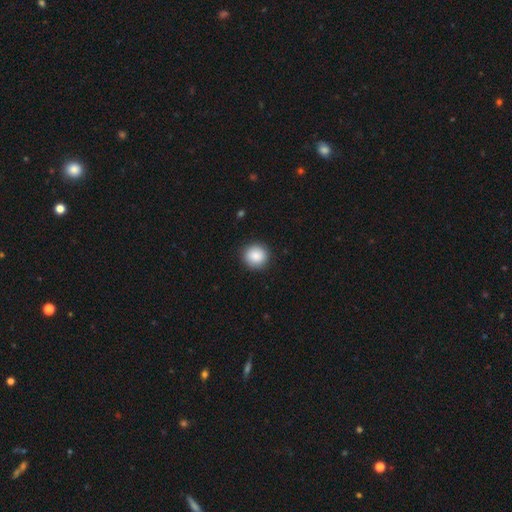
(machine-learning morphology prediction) type=smooth (88%); roundness=round (93%); merging=none (91%).